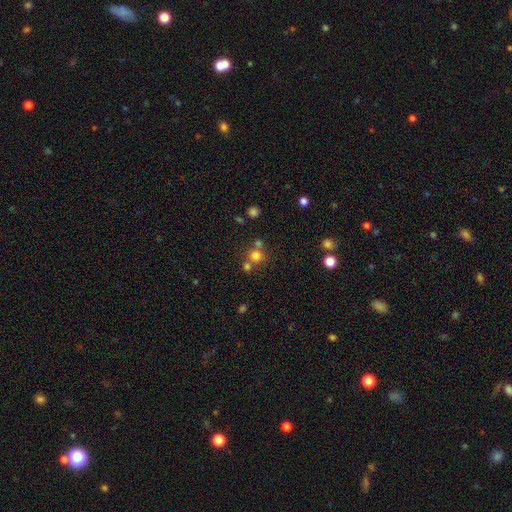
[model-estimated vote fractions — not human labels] smooth-or-featured: smooth: 73% | star or artifact: 18% | featured or disk: 9%
  how-rounded: round: 90% | in between: 9% | cigar-shaped: 1%
  merging: none: 60% | merger: 29% | minor disturbance: 7% | major disturbance: 4%